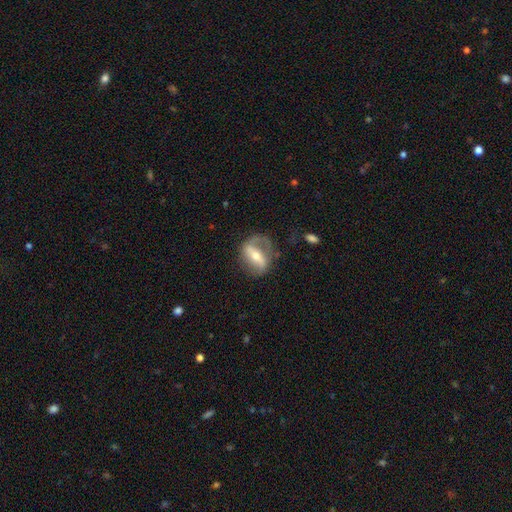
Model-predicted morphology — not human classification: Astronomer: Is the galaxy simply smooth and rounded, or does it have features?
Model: featured or disk — 73%.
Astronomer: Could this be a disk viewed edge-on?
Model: no — 87%.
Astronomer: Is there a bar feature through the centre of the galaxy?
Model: strong — 64%.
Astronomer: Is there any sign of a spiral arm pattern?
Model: yes — 68%.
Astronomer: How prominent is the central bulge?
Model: moderate — 59%.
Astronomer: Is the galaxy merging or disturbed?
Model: none — 60%.